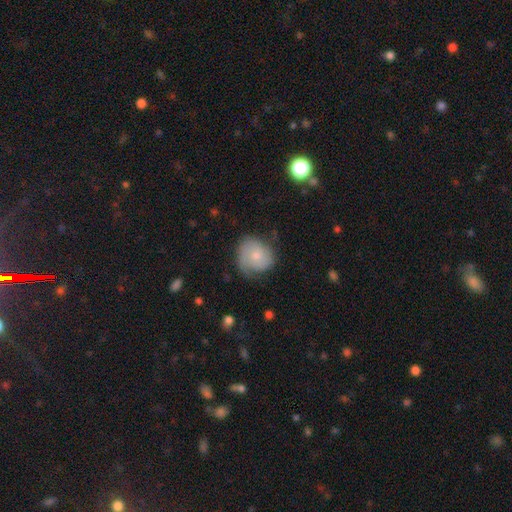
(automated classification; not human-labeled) smooth-or-featured: smooth: 55% | featured or disk: 38% | star or artifact: 7%
  how-rounded: round: 72% | in between: 27% | cigar-shaped: 1%
  merging: none: 56% | minor disturbance: 30% | major disturbance: 12% | merger: 2%